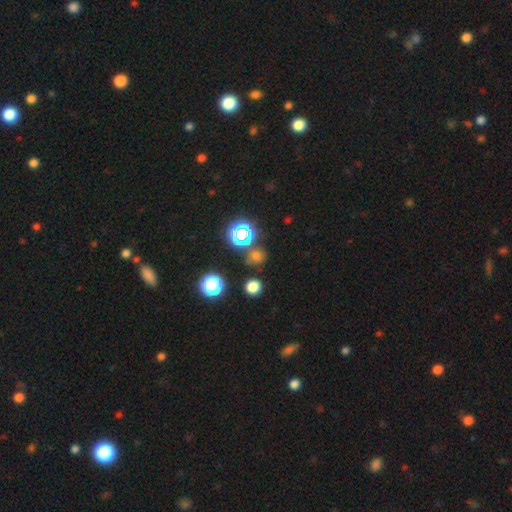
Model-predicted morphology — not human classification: Q: Smooth or featured?
A: smooth (57%); runner-up: star or artifact (36%)
Q: How rounded?
A: round (81%); runner-up: in between (18%)
Q: Merging?
A: none (76%); runner-up: minor disturbance (11%)